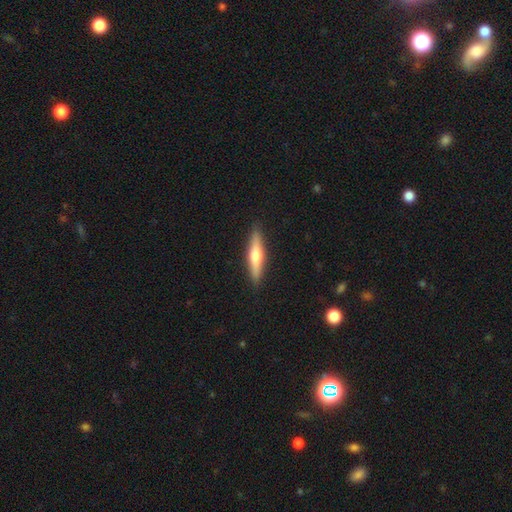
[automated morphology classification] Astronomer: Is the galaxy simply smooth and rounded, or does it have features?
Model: featured or disk — 49% (runner-up: smooth, 46%).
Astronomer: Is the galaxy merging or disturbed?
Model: none — 90%.